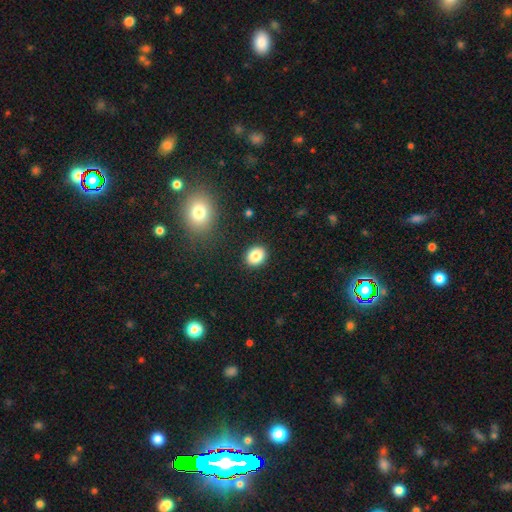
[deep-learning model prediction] smooth 84%, star or artifact 10%, featured or disk 6%. Down the decision tree: how rounded — round (56%); merging — none (90%).